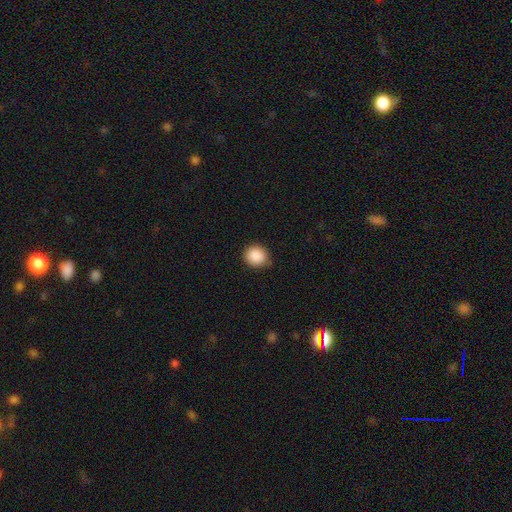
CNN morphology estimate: The model was most divided on "merging": none: 83%, minor disturbance: 13%, major disturbance: 3%, merger: 1%. More confident: smooth or featured — smooth (89%); how rounded — round (88%).